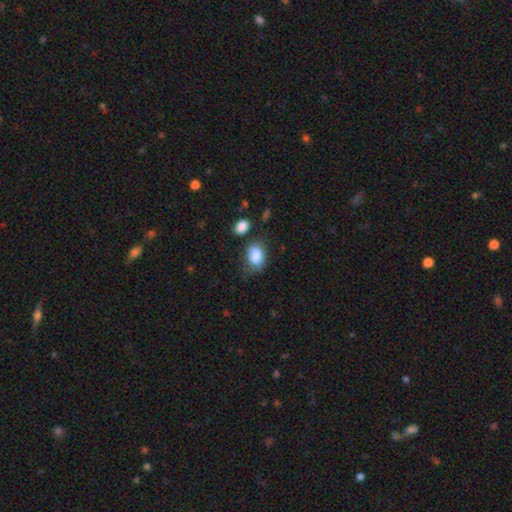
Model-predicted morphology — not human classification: A smooth galaxy with no disk features (85%) that is in between round and cigar-shaped (86%). Merging: none (50%).